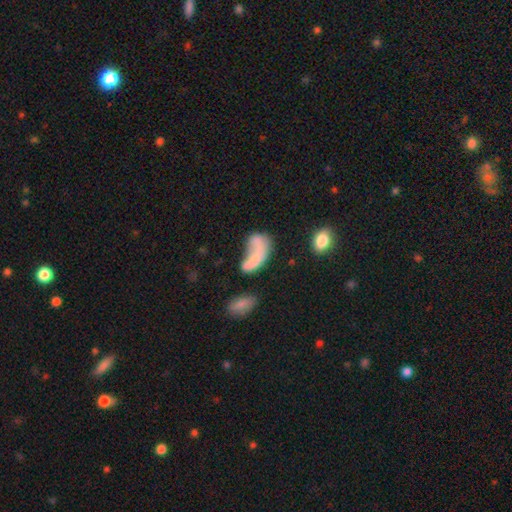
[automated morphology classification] This is possibly a smooth galaxy (60%). How rounded: clearly in between (83%). Merging: marginally major disturbance (36%).